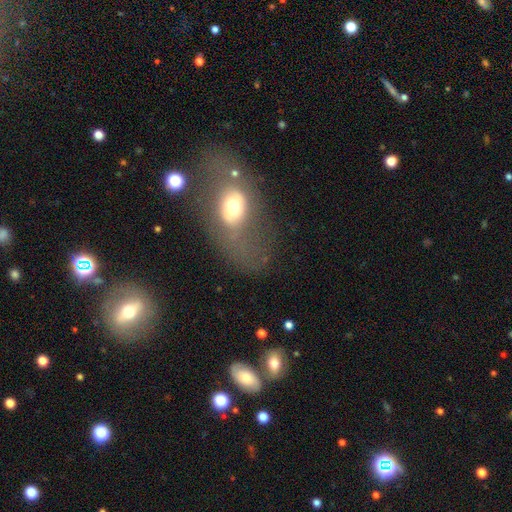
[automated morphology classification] Smooth or featured: smooth — 45% (featured or disk — 40%)
Merging: none — 45% (major disturbance — 28%)